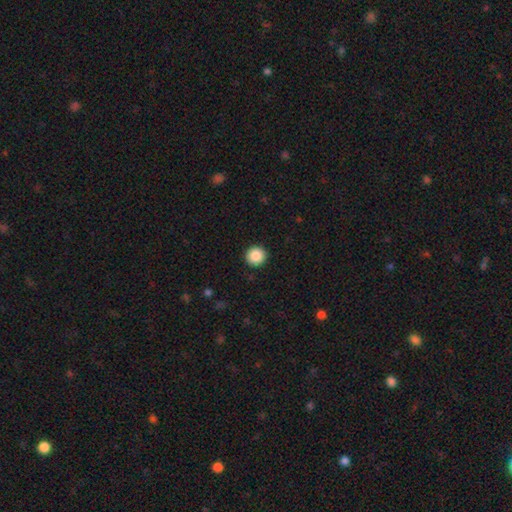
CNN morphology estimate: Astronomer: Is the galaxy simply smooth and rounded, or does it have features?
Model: smooth — 88%.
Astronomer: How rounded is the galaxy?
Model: round — 96%.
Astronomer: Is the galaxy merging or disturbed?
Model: none — 93%.